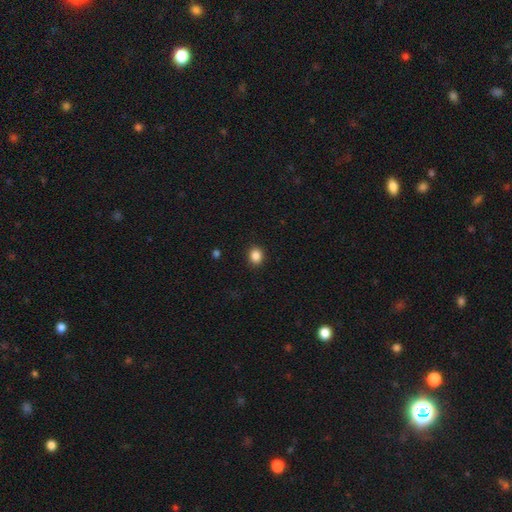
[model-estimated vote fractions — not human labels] smooth_or_featured: smooth (p=0.86) [alt: star or artifact p=0.10]
how_rounded: round (p=0.71) [alt: in between p=0.29]
merging: none (p=0.91) [alt: minor disturbance p=0.06]